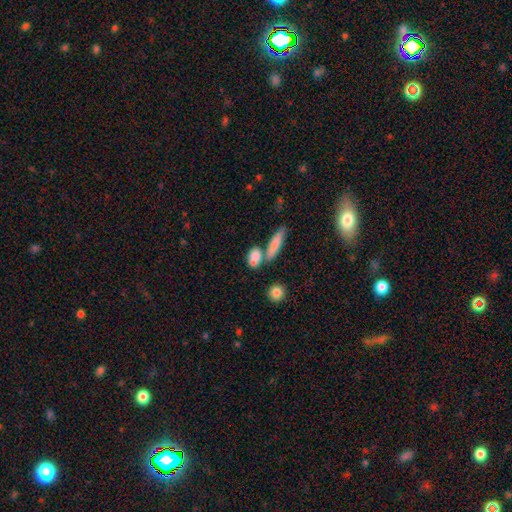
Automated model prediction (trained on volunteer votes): This is likely a smooth galaxy (78%). How rounded: possibly in between (51%). Merging: possibly none (51%).